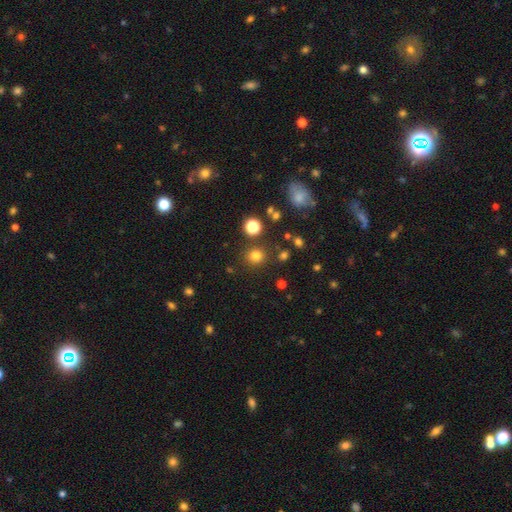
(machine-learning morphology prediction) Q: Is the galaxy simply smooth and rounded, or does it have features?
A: smooth — 78%.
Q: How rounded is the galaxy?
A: round — 88%.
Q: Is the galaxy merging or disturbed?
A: none — 85%.